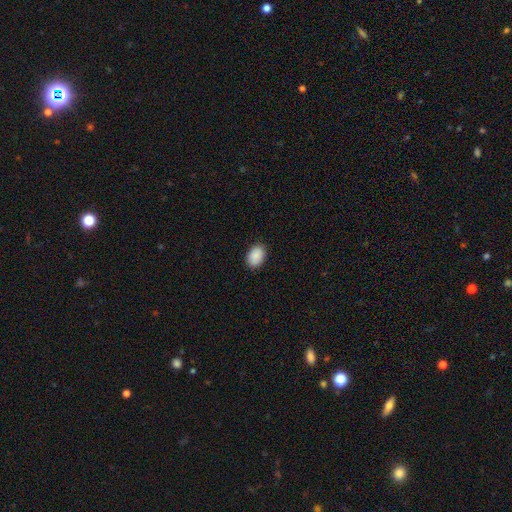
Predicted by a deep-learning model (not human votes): smooth-or-featured: smooth: 90% | star or artifact: 7% | featured or disk: 3%
  how-rounded: in between: 84% | round: 15% | cigar-shaped: 1%
  merging: none: 88% | minor disturbance: 9% | major disturbance: 2% | merger: 1%